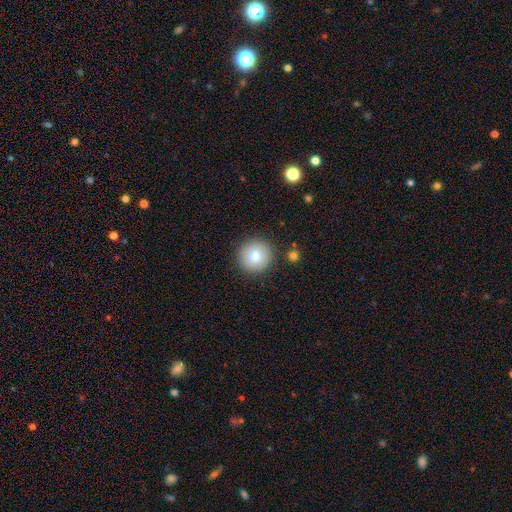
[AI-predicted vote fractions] A smooth galaxy with no disk features (78%) that is round (95%). Merging: none (88%).